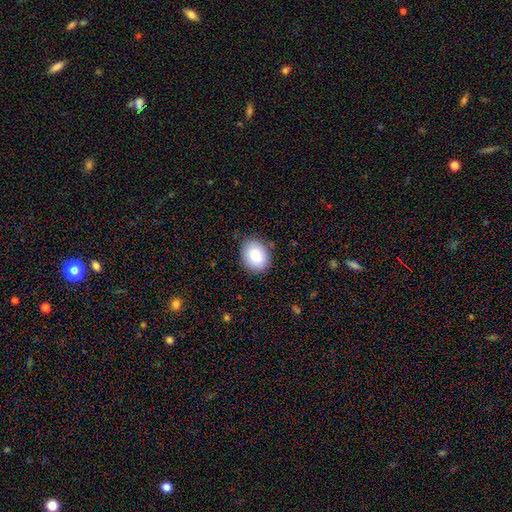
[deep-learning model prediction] Overall: smooth (87%). How rounded: in between (59%; round 40%). Merging: none (83%).